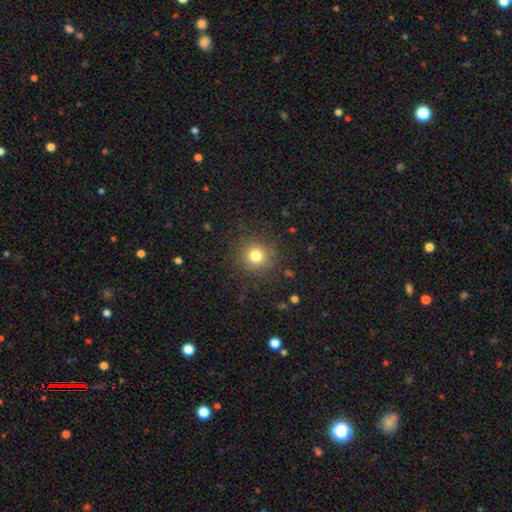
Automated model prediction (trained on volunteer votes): smooth_or_featured: smooth (p=0.77) [alt: star or artifact p=0.15]
how_rounded: round (p=0.92) [alt: in between p=0.07]
merging: none (p=0.86) [alt: minor disturbance p=0.08]